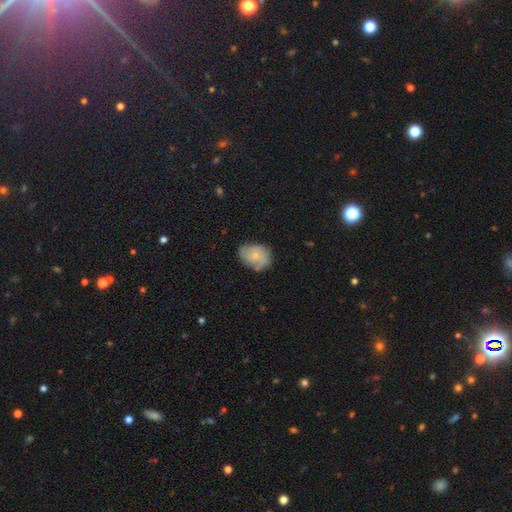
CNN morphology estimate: smooth_or_featured: smooth (p=0.51) [alt: featured or disk p=0.42]
how_rounded: in between (p=0.60) [alt: round p=0.39]
merging: none (p=0.63) [alt: minor disturbance p=0.27]